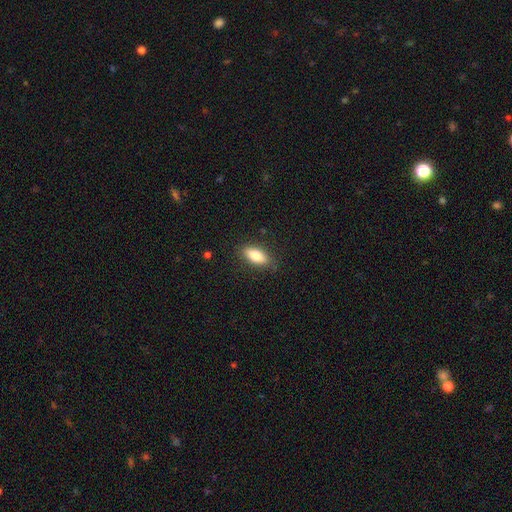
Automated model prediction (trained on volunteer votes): This appears to be a smooth galaxy with no disk features (78%) that is in between round and cigar-shaped (81%). Merging: none (86%).